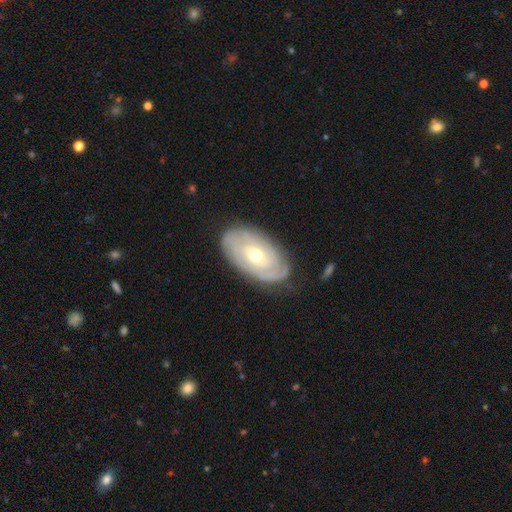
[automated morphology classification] Smooth or featured: featured or disk — 75% (smooth — 20%)
Edge-on disk: no — 94% (yes — 6%)
Bar: no — 71% (weak — 23%)
Spiral arms: yes — 85% (no — 15%)
Spiral winding: tight — 73% (medium — 20%)
Spiral arm count: can't tell — 46% (2 — 29%)
Bulge size: moderate — 51% (small — 45%)
Merging: none — 80% (minor disturbance — 15%)